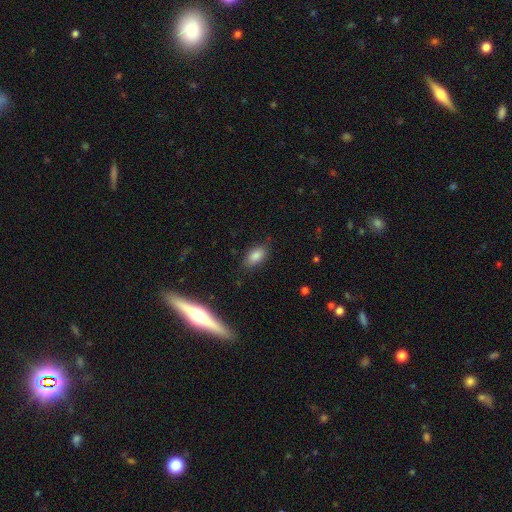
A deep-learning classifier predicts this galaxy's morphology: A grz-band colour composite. It shows a smooth galaxy with no disk features (83%) that is in between round and cigar-shaped (90%). Merging: none (83%).